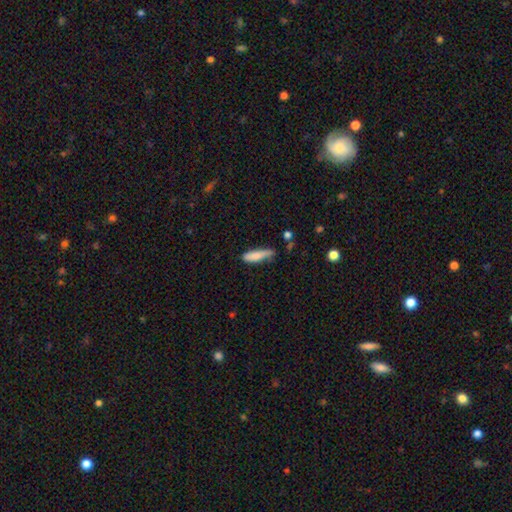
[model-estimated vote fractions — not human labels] A smooth galaxy with no disk features (82%) that is cigar-shaped (69%).

Vote fractions:
- Smooth or featured? smooth: 82% / featured or disk: 12% / star or artifact: 6%
- How rounded? cigar-shaped: 69% / in between: 29% / round: 2%
- Merging? none: 55% / minor disturbance: 33% / major disturbance: 7% / merger: 4%